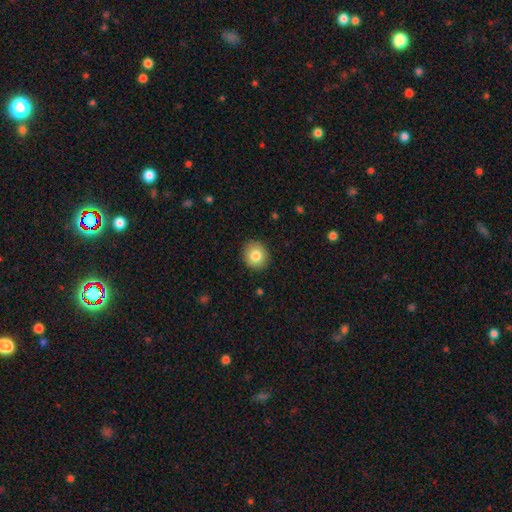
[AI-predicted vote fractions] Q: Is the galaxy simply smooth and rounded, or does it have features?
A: smooth — 83%.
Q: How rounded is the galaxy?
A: round — 81%.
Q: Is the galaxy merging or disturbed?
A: none — 90%.